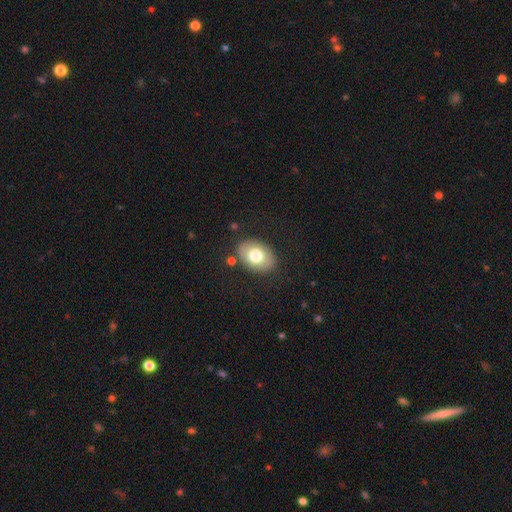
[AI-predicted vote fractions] Smooth or featured? smooth (72%)
How rounded? in between (78%)
Merging? none (83%)